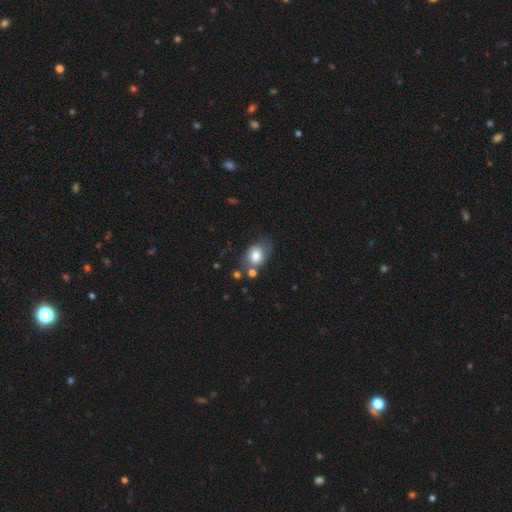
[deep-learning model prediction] A smooth galaxy with no disk features (66%) that is in between round and cigar-shaped (68%). Merging: none (51%).